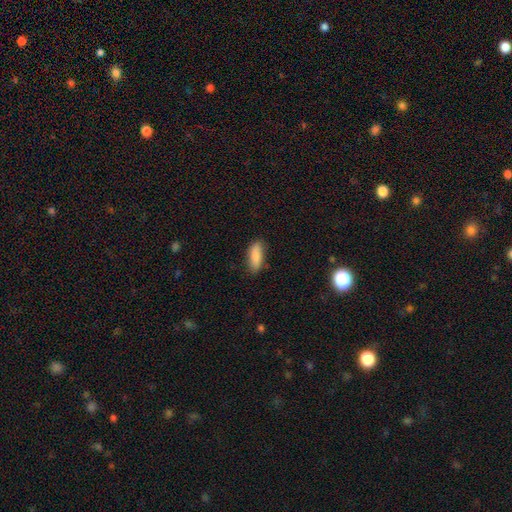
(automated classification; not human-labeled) Smooth or featured?
  - smooth: 87% *
  - featured or disk: 7%
  - star or artifact: 6%
How rounded?
  - in between: 70% *
  - cigar-shaped: 28%
  - round: 2%
Merging?
  - none: 83% *
  - minor disturbance: 13%
  - major disturbance: 3%
  - merger: 1%